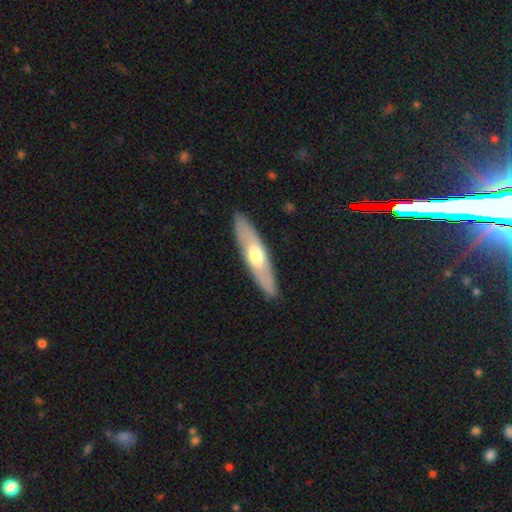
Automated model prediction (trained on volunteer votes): smooth_or_featured: featured or disk (p=0.50) [alt: smooth p=0.45]
disk_edge_on: yes (p=0.53) [alt: no p=0.47]
merging: none (p=0.88) [alt: minor disturbance p=0.09]